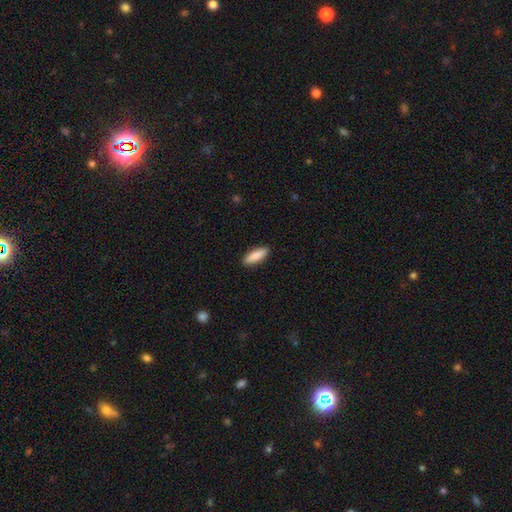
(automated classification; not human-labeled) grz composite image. It shows a smooth galaxy with no disk features (87%) that is in between round and cigar-shaped (54%). Merging: none (90%).